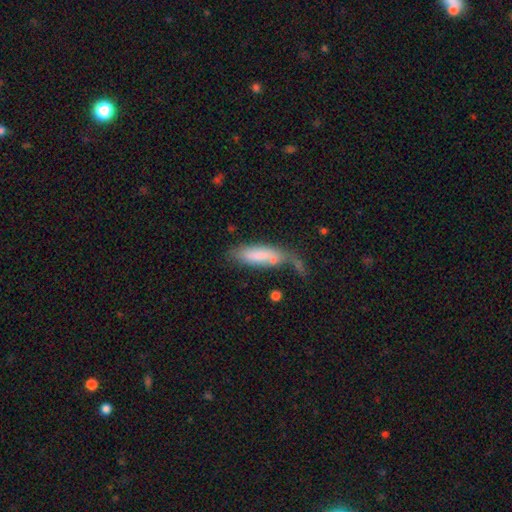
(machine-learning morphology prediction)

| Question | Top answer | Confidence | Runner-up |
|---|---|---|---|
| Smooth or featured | smooth | 71% | featured or disk (22%) |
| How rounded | in between | 50% | cigar-shaped (48%) |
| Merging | none | 35% | minor disturbance (26%) |